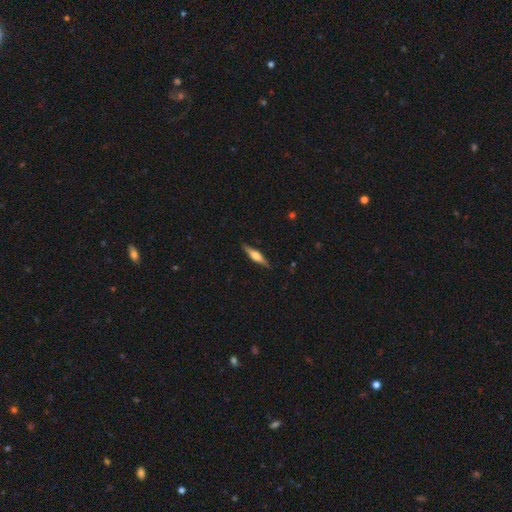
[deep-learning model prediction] Q: Smooth or featured?
A: featured or disk (60%); runner-up: smooth (35%)
Q: Edge-on disk?
A: yes (96%); runner-up: no (4%)
Q: Edge-on bulge?
A: rounded (85%); runner-up: boxy (11%)
Q: Merging?
A: none (88%); runner-up: minor disturbance (9%)